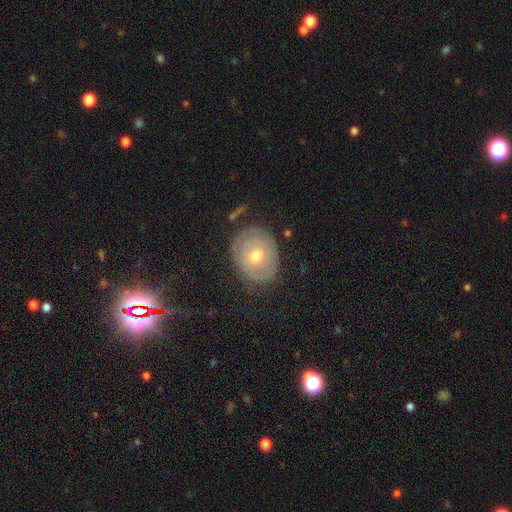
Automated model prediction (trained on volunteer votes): smooth_or_featured: featured or disk (p=0.55) [alt: smooth p=0.35]
disk_edge_on: no (p=0.95) [alt: yes p=0.05]
bar: no (p=0.74) [alt: weak p=0.21]
has_spiral_arms: yes (p=0.60) [alt: no p=0.40]
bulge_size: moderate (p=0.61) [alt: small p=0.35]
merging: none (p=0.76) [alt: minor disturbance p=0.17]